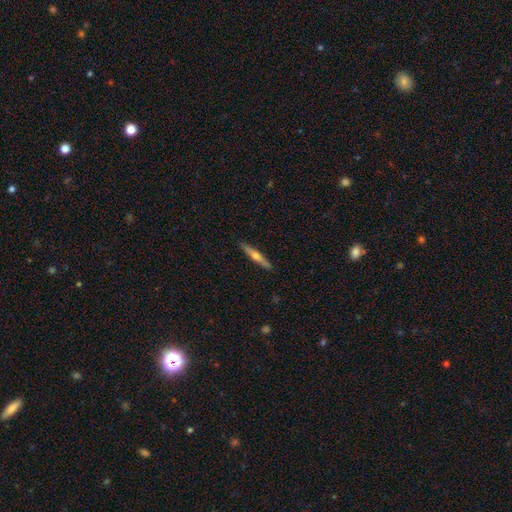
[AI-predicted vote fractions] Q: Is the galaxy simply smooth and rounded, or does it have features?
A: featured or disk — 61%.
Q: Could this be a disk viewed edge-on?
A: yes — 97%.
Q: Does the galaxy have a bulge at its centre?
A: rounded — 88%.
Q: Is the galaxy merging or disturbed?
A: none — 91%.